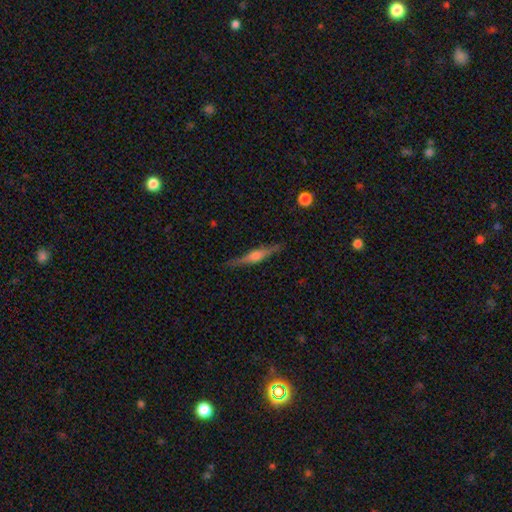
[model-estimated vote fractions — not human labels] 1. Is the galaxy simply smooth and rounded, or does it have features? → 75% featured or disk, 18% smooth, 7% star or artifact.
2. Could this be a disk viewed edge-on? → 98% yes, 2% no.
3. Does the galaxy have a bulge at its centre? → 88% rounded, 9% boxy, 3% none.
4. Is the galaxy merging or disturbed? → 88% none, 9% minor disturbance, 2% major disturbance, 1% merger.